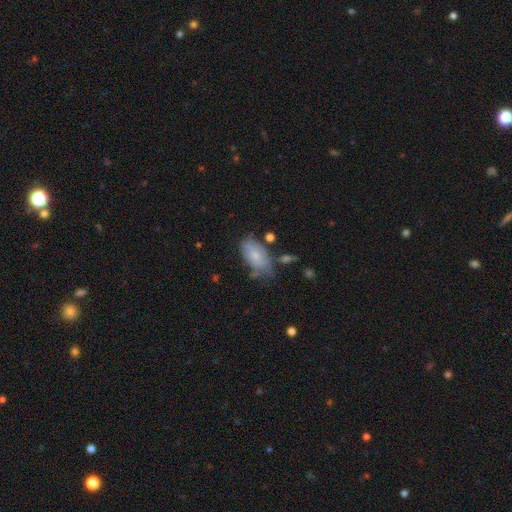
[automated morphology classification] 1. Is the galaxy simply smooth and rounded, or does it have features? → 62% smooth, 30% featured or disk, 8% star or artifact.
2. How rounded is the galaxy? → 92% in between, 5% round, 3% cigar-shaped.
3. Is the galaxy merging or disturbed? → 45% none, 32% minor disturbance, 14% major disturbance, 8% merger.